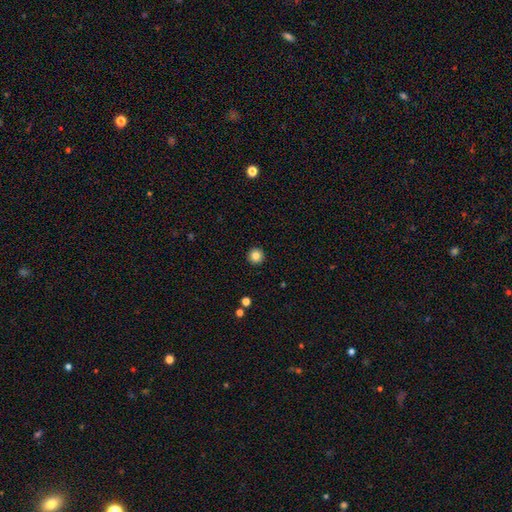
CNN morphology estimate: This appears to be a smooth galaxy with no disk features (83%) that is round (96%). Merging: none (93%).